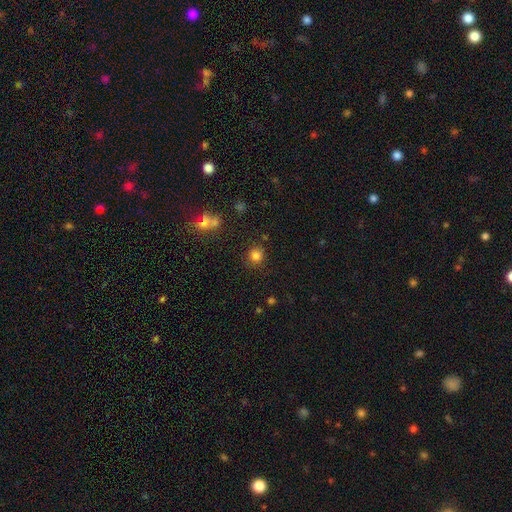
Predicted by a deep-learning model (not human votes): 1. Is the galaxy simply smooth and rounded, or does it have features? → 81% smooth, 13% star or artifact, 5% featured or disk.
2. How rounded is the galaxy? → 88% round, 11% in between, 1% cigar-shaped.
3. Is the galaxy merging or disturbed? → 84% none, 9% minor disturbance, 3% merger, 3% major disturbance.